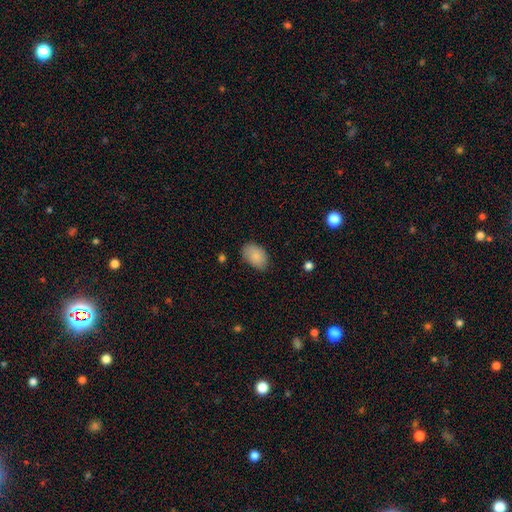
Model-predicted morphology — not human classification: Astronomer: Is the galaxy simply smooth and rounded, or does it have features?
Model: smooth — 85%.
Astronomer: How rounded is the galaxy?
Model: in between — 88%.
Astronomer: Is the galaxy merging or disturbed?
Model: none — 74%.